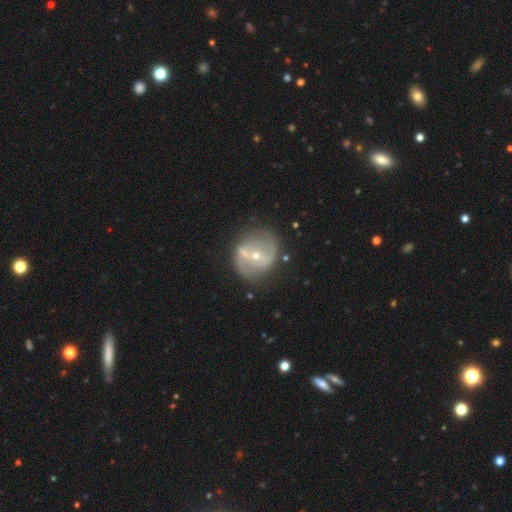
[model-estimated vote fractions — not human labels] Smooth or featured?
  - featured or disk: 74% *
  - smooth: 18%
  - star or artifact: 8%
Edge-on disk?
  - no: 95% *
  - yes: 5%
Bar?
  - weak: 35% *
  - strong: 33%
  - no: 32%
Spiral arms?
  - yes: 67% *
  - no: 33%
Bulge size?
  - small: 62% *
  - moderate: 34%
  - large: 1%
  - none: 1%
  - dominant: 1%
Merging?
  - none: 69% *
  - minor disturbance: 17%
  - merger: 8%
  - major disturbance: 7%